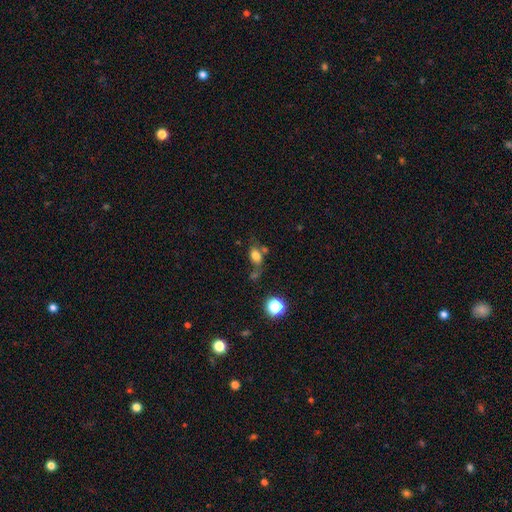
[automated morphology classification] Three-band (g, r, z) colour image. It shows a smooth galaxy with no disk features (75%) that is in between round and cigar-shaped (74%). Merging: none (47%).